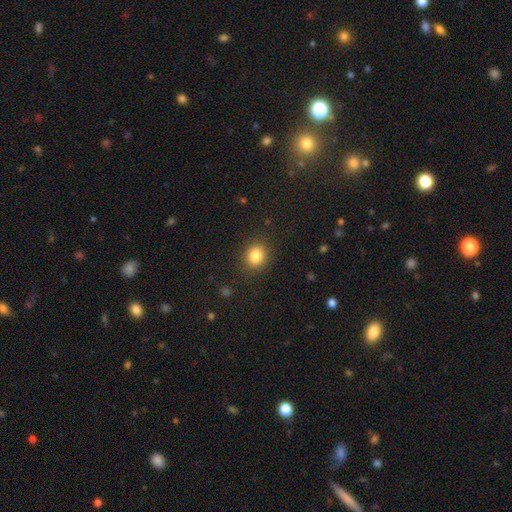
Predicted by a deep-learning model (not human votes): Morphology: type=smooth (83%); roundness=round (72%); merging=none (87%).